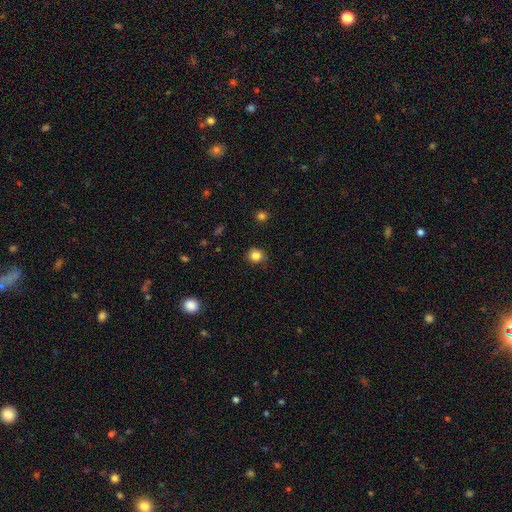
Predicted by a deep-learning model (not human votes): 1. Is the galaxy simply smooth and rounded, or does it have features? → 84% smooth, 12% star or artifact, 5% featured or disk.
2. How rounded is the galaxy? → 86% round, 13% in between, 1% cigar-shaped.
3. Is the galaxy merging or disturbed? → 86% none, 11% minor disturbance, 2% major disturbance, 1% merger.